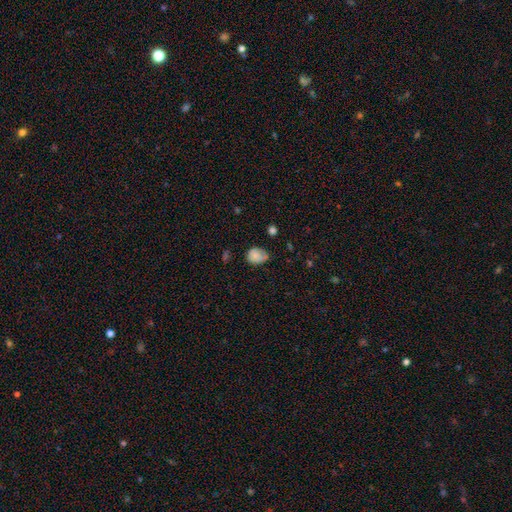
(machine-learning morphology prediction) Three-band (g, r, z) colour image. It shows a smooth galaxy with no disk features (79%) that is in between round and cigar-shaped (56%). Merging: none (50%).